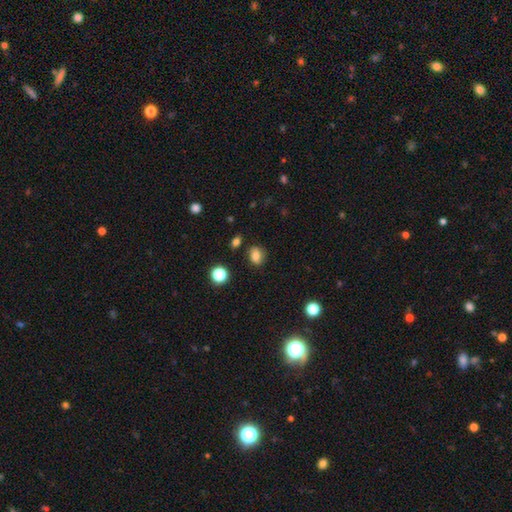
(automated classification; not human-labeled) The model was most divided on "how rounded": in between: 51%, round: 48%, cigar-shaped: 1%. More confident: merging — none (80%); smooth or featured — smooth (80%).